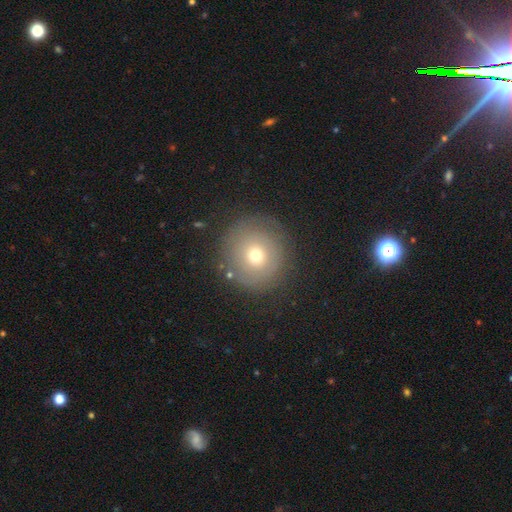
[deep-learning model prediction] Smooth or featured: smooth — 61% (featured or disk — 26%)
How rounded: round — 92% (in between — 7%)
Merging: none — 80% (minor disturbance — 12%)